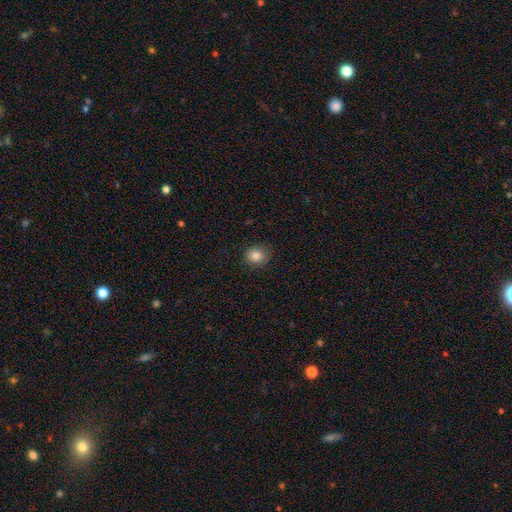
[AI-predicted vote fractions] The model was most divided on "how rounded": round: 84%, in between: 15%, cigar-shaped: 1%. More confident: merging — none (85%); smooth or featured — smooth (85%).